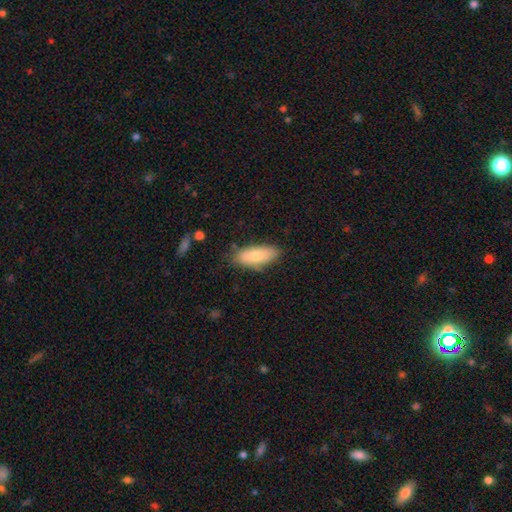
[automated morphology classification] Smooth or featured? Predicted: smooth (p=0.76). How rounded? Predicted: in between (p=0.83). Merging? Predicted: none (p=0.76).